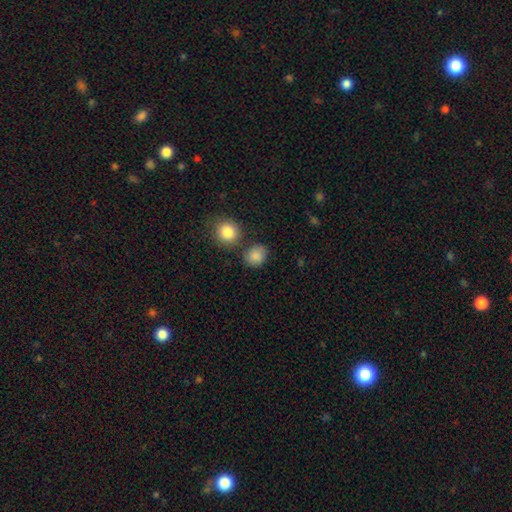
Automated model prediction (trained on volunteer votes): Smooth or featured: smooth — 86% (star or artifact — 9%)
How rounded: round — 71% (in between — 28%)
Merging: none — 72% (minor disturbance — 13%)